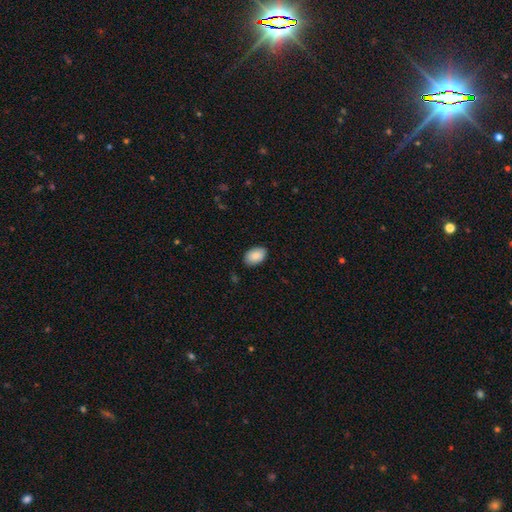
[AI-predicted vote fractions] Smooth or featured?
  - smooth: 87% *
  - star or artifact: 7%
  - featured or disk: 6%
How rounded?
  - in between: 90% *
  - round: 9%
  - cigar-shaped: 1%
Merging?
  - none: 87% *
  - minor disturbance: 10%
  - major disturbance: 2%
  - merger: 1%